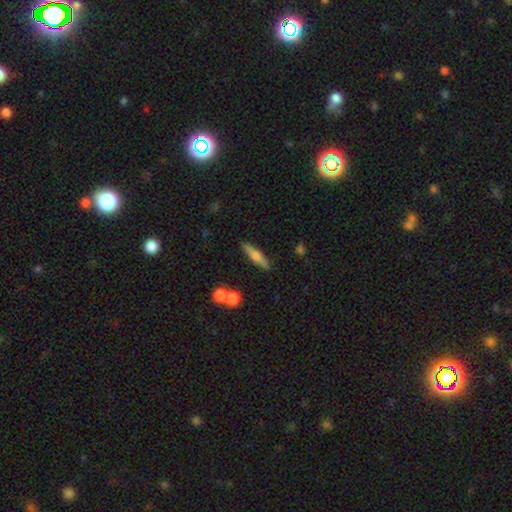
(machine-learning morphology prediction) Smooth or featured? smooth (51%)
How rounded? cigar-shaped (81%)
Merging? none (84%)